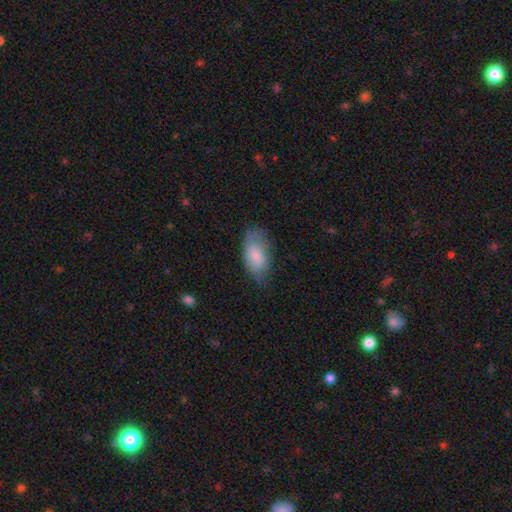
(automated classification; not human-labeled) Smooth or featured? Predicted: smooth (p=0.81). How rounded? Predicted: in between (p=0.92). Merging? Predicted: none (p=0.67).